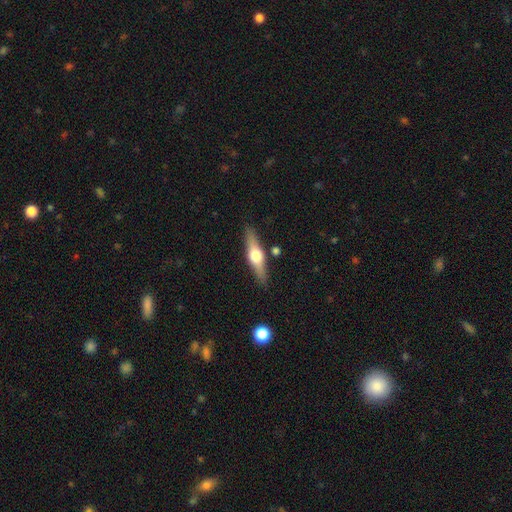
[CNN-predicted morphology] A featured or disk galaxy (63%) viewed edge-on (95%) with a rounded central bulge (95%). Merging: none (86%).